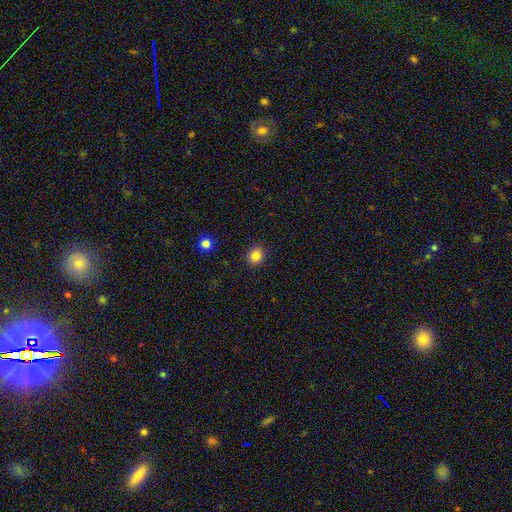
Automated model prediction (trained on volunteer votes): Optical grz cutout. It shows a smooth galaxy with no disk features (84%) that is round (81%). Merging: none (91%).